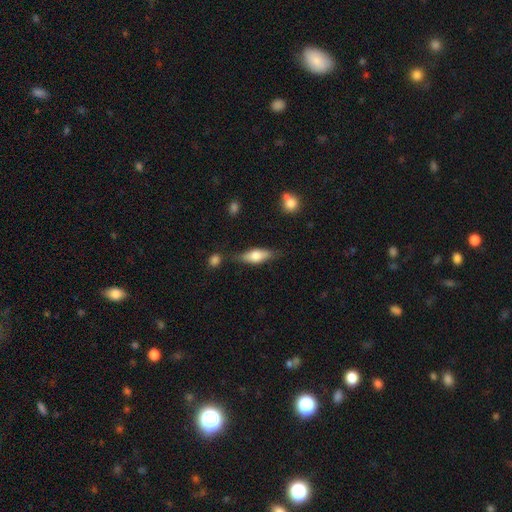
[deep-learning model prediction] Q: Smooth or featured?
A: smooth (56%); runner-up: featured or disk (37%)
Q: How rounded?
A: in between (64%); runner-up: cigar-shaped (33%)
Q: Merging?
A: none (70%); runner-up: minor disturbance (20%)